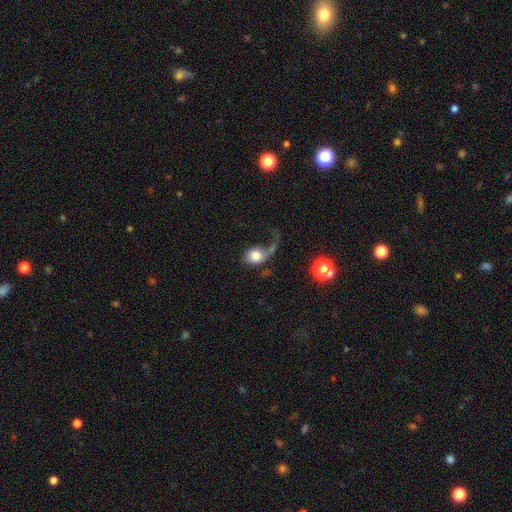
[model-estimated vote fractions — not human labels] Smooth or featured?
  - smooth: 62% *
  - featured or disk: 29%
  - star or artifact: 9%
How rounded?
  - round: 53% *
  - in between: 45%
  - cigar-shaped: 1%
Merging?
  - major disturbance: 54% *
  - none: 22%
  - minor disturbance: 15%
  - merger: 9%